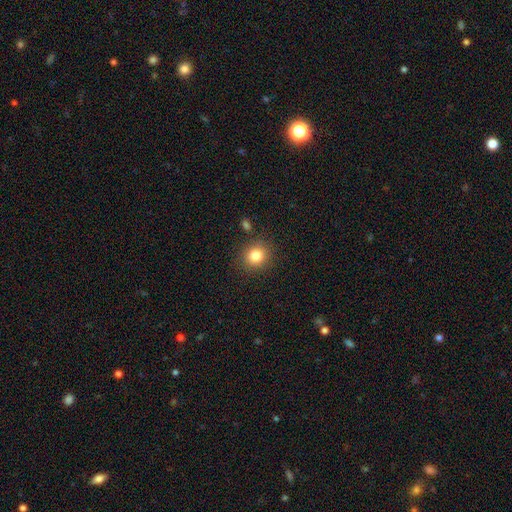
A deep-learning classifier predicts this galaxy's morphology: This is clearly a smooth galaxy (83%). How rounded: clearly round (82%). Merging: clearly none (86%).